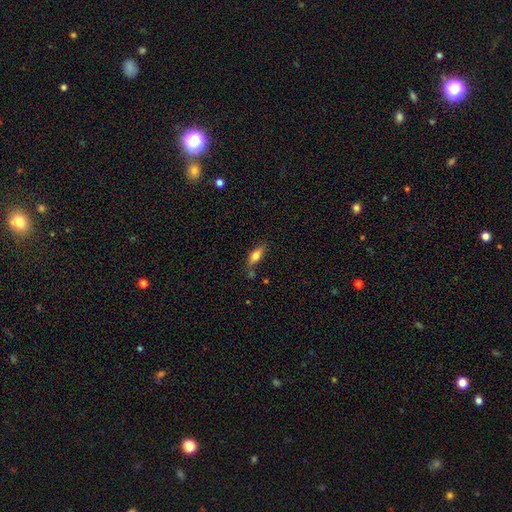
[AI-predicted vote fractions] This appears to be a smooth galaxy with no disk features (71%) that is in between round and cigar-shaped (71%). Merging: none (64%).